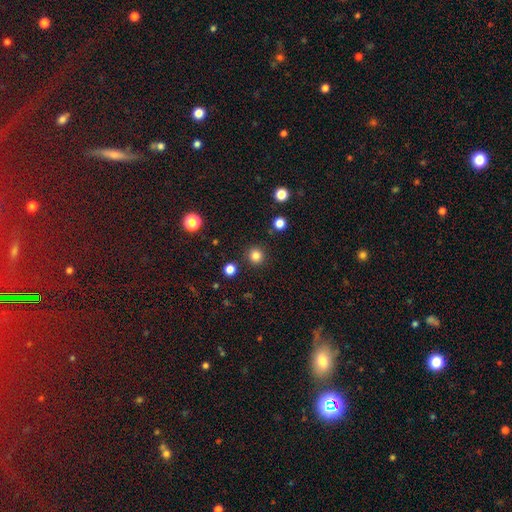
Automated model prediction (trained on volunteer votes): smooth 82%, star or artifact 13%, featured or disk 4%. Down the decision tree: how rounded — round (94%); merging — none (90%).